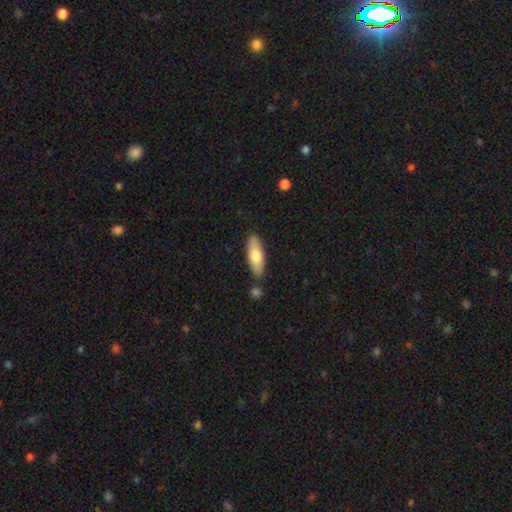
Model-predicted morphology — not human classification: smooth_or_featured: smooth (p=0.71) [alt: featured or disk p=0.24]
how_rounded: in between (p=0.62) [alt: cigar-shaped p=0.36]
merging: none (p=0.80) [alt: minor disturbance p=0.12]